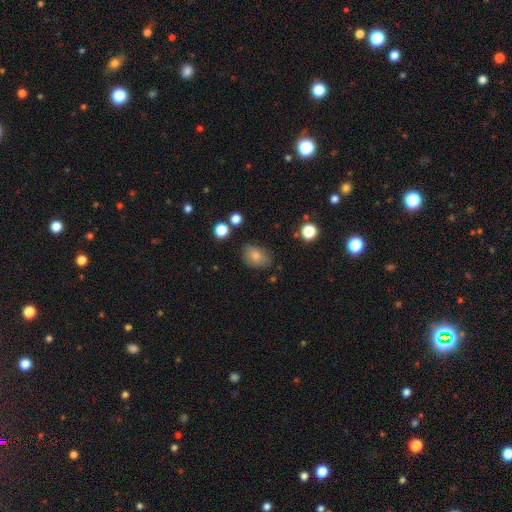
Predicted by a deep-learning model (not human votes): This appears to be a smooth galaxy with no disk features (81%) that is in between round and cigar-shaped (79%). Merging: none (72%).